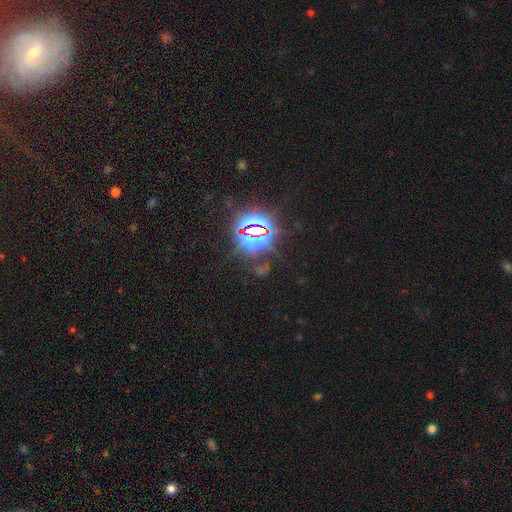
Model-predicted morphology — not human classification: Overall: star or artifact (83%).